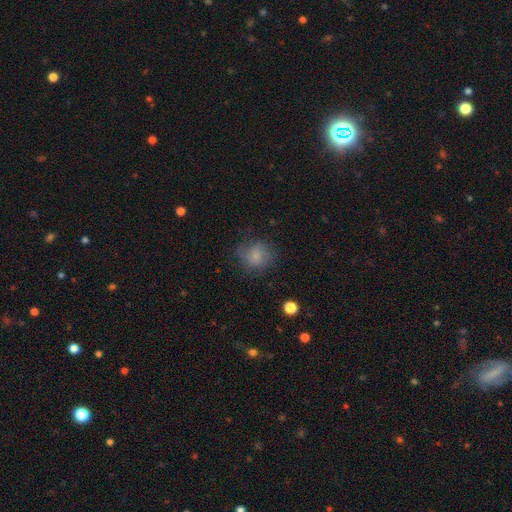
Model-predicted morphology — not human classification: Q: Smooth or featured?
A: smooth (73%); runner-up: featured or disk (16%)
Q: How rounded?
A: round (82%); runner-up: in between (17%)
Q: Merging?
A: none (68%); runner-up: minor disturbance (21%)